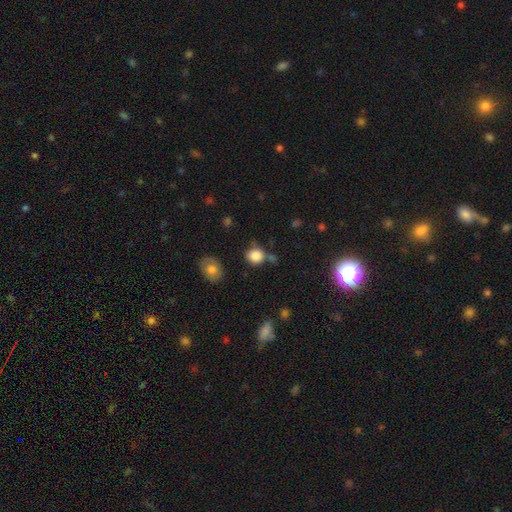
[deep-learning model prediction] Overall: smooth (85%). How rounded: round (88%). Merging: none (69%).